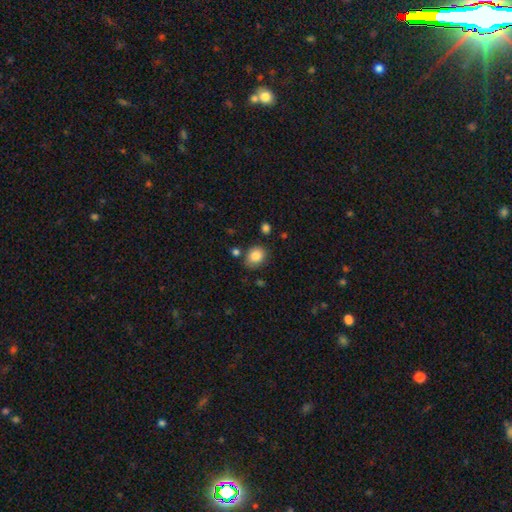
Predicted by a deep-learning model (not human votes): A smooth galaxy with no disk features (85%) that is in between round and cigar-shaped (52%). Merging: none (75%).